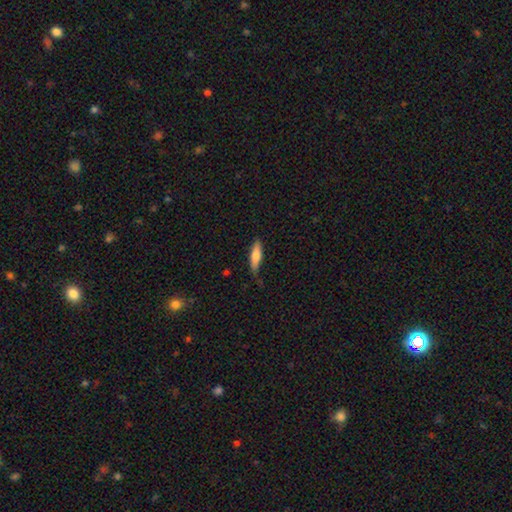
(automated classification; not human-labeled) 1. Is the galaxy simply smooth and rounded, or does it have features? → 71% smooth, 23% featured or disk, 6% star or artifact.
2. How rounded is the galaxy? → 62% cigar-shaped, 36% in between, 2% round.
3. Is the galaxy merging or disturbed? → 68% none, 25% minor disturbance, 5% major disturbance, 2% merger.